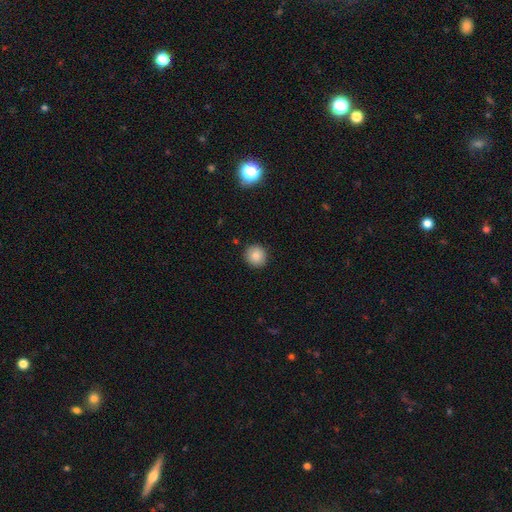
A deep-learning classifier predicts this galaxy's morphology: A smooth galaxy with no disk features (82%) that is round (91%). Merging: none (91%).